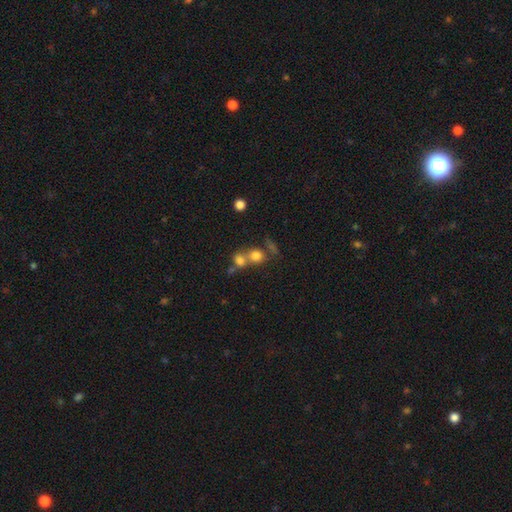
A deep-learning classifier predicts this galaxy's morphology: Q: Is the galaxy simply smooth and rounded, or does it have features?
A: smooth — 74%.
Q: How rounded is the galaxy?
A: round — 78%.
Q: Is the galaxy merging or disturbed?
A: merger — 52%.